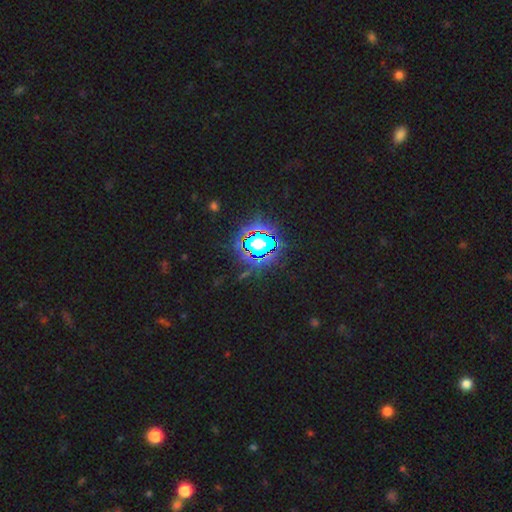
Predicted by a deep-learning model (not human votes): Morphology: type=star or artifact (79%).